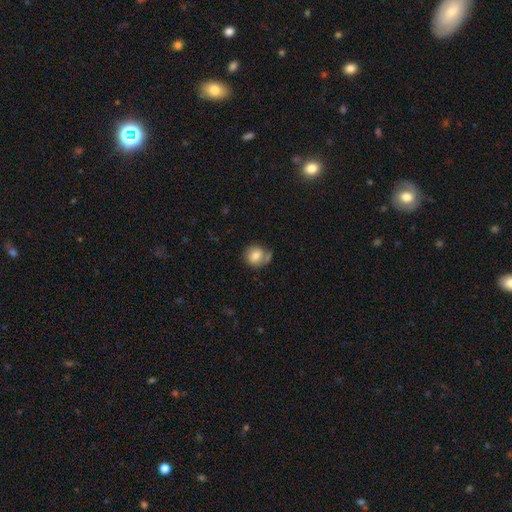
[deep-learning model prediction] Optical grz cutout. It shows a smooth galaxy with no disk features (76%) that is round (80%). Merging: none (54%).